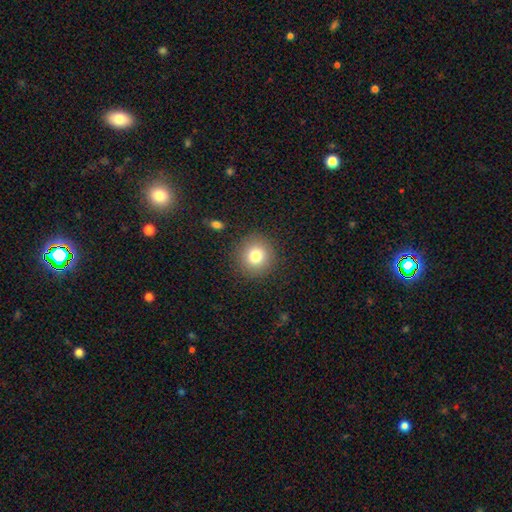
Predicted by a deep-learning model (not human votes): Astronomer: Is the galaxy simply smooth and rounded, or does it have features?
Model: smooth — 79%.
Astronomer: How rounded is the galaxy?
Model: round — 92%.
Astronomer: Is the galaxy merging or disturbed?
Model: none — 89%.